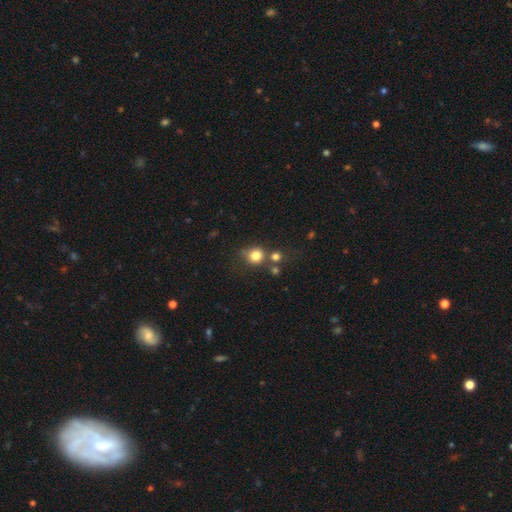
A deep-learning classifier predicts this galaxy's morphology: smooth_or_featured: smooth (p=0.80) [alt: star or artifact p=0.13]
how_rounded: round (p=0.88) [alt: in between p=0.11]
merging: none (p=0.61) [alt: merger p=0.21]